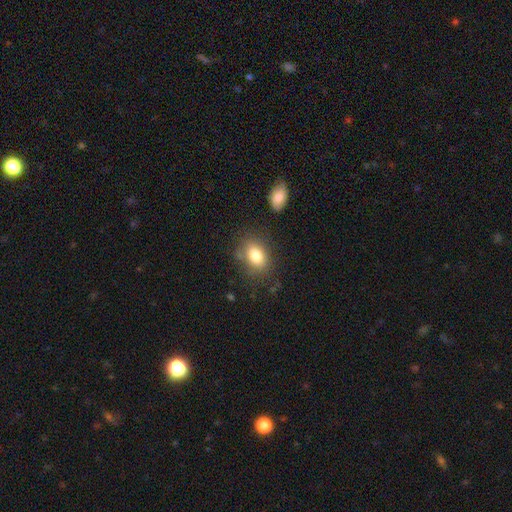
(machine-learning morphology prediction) The model was most divided on "how rounded": in between: 70%, round: 29%, cigar-shaped: 1%. More confident: smooth or featured — smooth (81%); merging — none (76%).